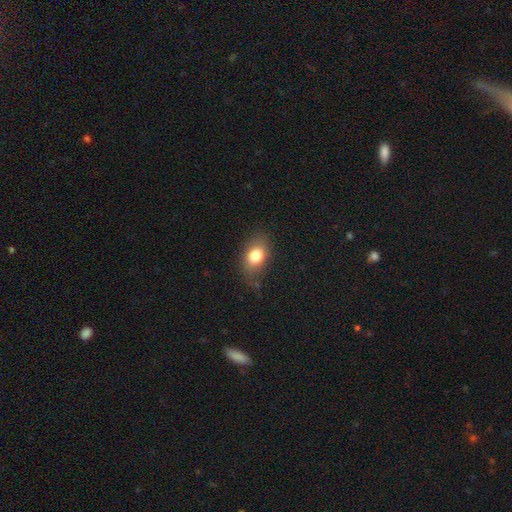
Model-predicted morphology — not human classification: Smooth or featured? smooth (80%)
How rounded? in between (80%)
Merging? none (74%)